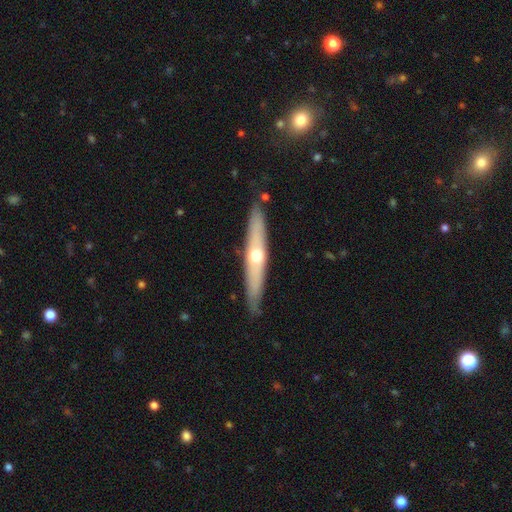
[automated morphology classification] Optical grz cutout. It shows a featured or disk galaxy (58%) viewed edge-on (88%) with a rounded central bulge (85%). Merging: none (86%).